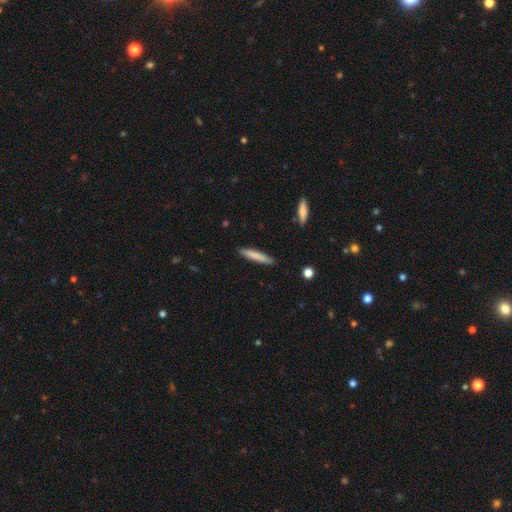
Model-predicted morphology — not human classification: smooth_or_featured: smooth (p=0.77) [alt: featured or disk p=0.17]
how_rounded: cigar-shaped (p=0.92) [alt: in between p=0.07]
merging: none (p=0.88) [alt: minor disturbance p=0.09]